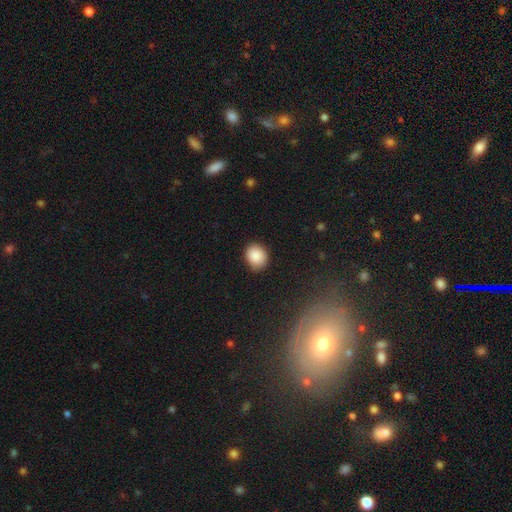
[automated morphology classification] smooth-or-featured: smooth: 89% | star or artifact: 8% | featured or disk: 3%
  how-rounded: round: 62% | in between: 37% | cigar-shaped: 1%
  merging: none: 84% | minor disturbance: 12% | major disturbance: 3% | merger: 1%